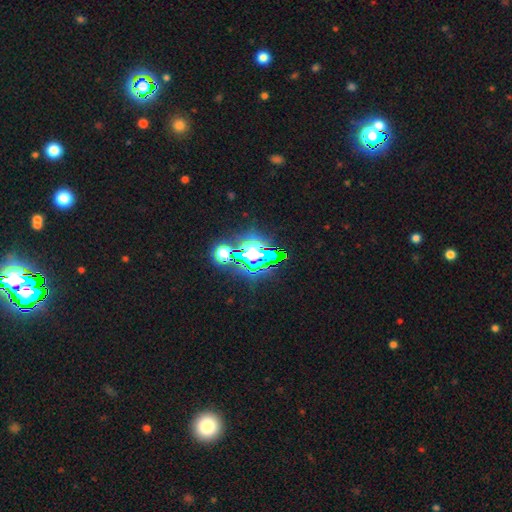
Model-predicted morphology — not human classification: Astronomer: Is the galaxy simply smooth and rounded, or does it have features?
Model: star or artifact — 69%.